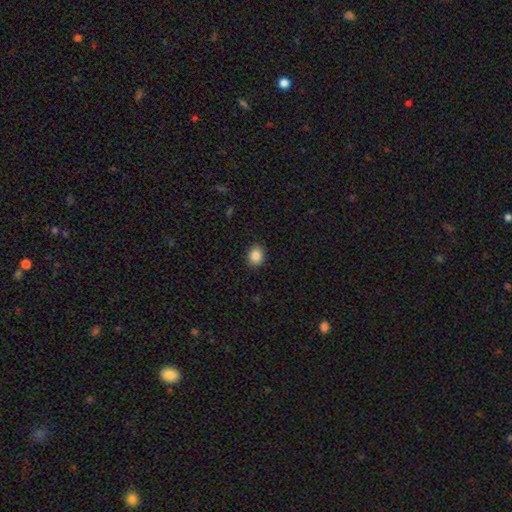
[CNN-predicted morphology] A smooth galaxy with no disk features (87%) that is round (56%).

Vote fractions:
- Smooth or featured? smooth: 87% / star or artifact: 9% / featured or disk: 4%
- How rounded? round: 56% / in between: 43% / cigar-shaped: 1%
- Merging? none: 90% / minor disturbance: 7% / major disturbance: 2% / merger: 1%